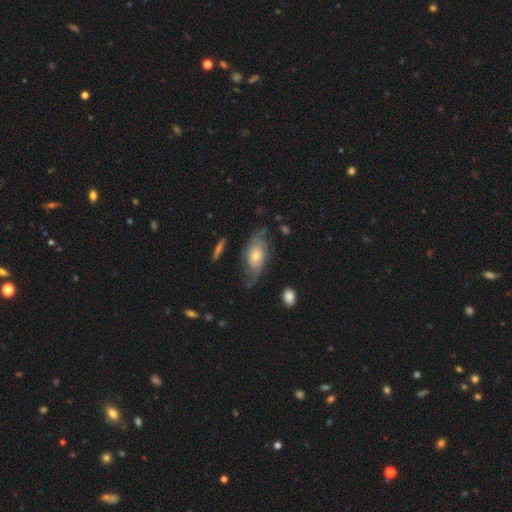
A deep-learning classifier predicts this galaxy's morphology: Overall: featured or disk (57%; smooth 35%). Edge-on disk: no (88%). Bar: no (79%). Spiral arms: yes (78%). Bulge size: moderate (54%; small 35%). Merging: none (57%; minor disturbance 27%).